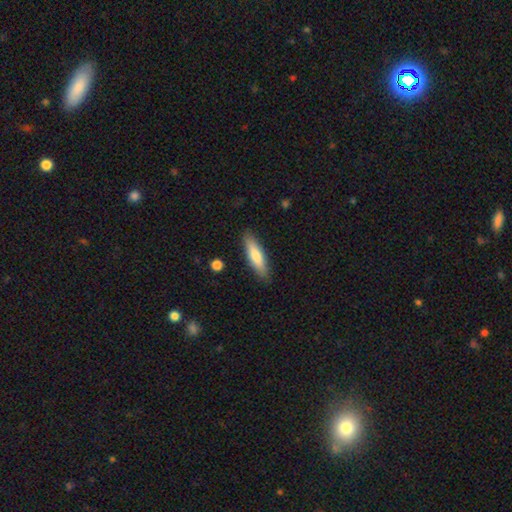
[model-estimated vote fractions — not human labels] Overall: smooth (74%). How rounded: cigar-shaped (68%; in between 30%). Merging: none (88%).